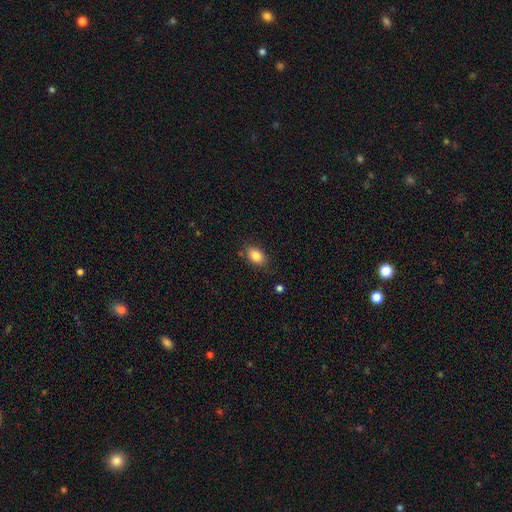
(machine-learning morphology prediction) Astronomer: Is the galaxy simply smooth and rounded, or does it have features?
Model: smooth — 85%.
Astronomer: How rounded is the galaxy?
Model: in between — 85%.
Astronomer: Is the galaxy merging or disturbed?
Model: none — 82%.